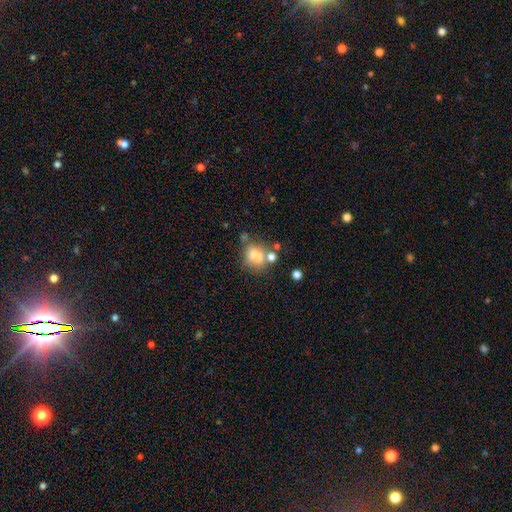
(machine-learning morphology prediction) type=smooth (69%); roundness=in between (49%, tied with round); merging=none (43%).